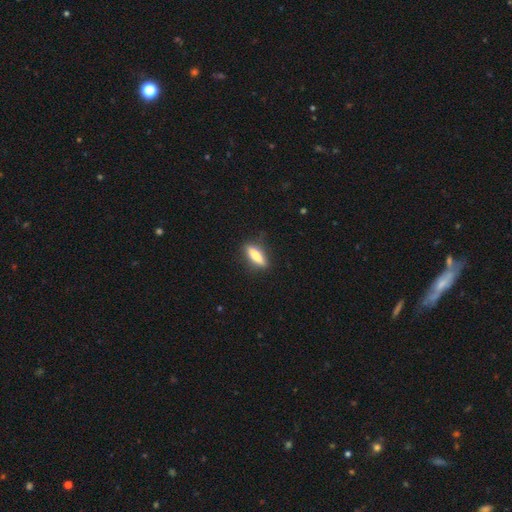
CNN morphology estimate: This is likely a smooth galaxy (71%). How rounded: possibly cigar-shaped (57%). Merging: clearly none (83%).